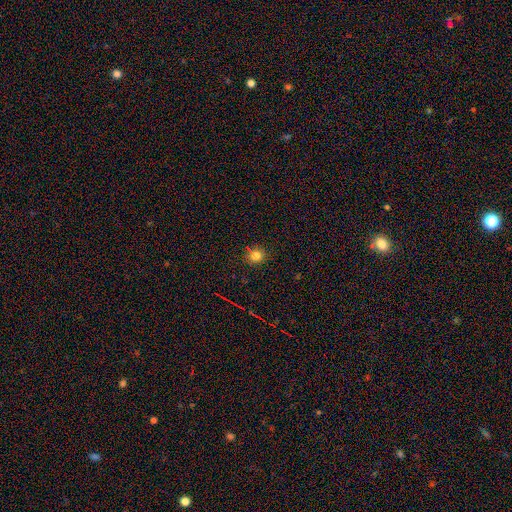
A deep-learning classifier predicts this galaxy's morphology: smooth 77%, star or artifact 17%, featured or disk 6%. Down the decision tree: how rounded — round (84%); merging — none (83%).